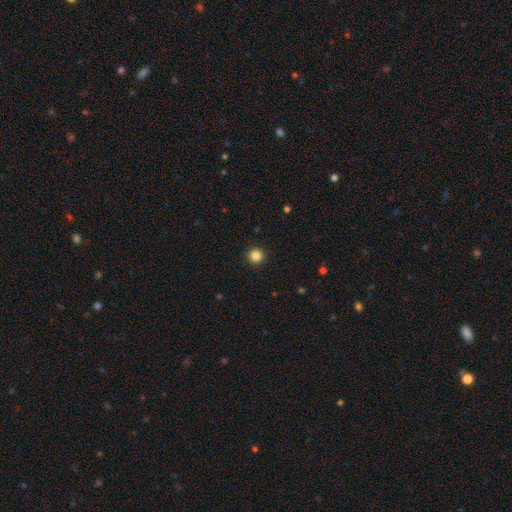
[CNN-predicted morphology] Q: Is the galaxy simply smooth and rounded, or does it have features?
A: smooth — 85%.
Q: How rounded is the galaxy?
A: round — 96%.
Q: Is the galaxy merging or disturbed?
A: none — 93%.